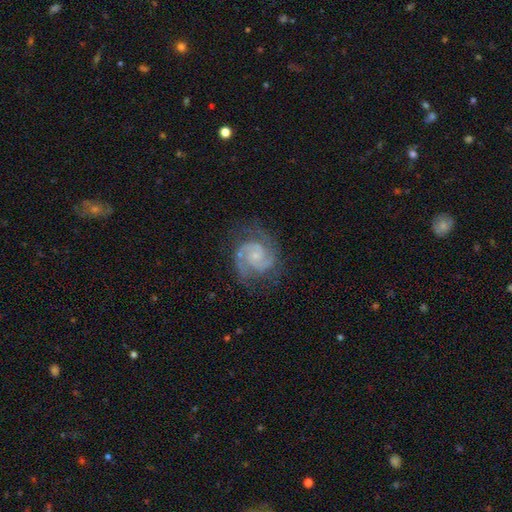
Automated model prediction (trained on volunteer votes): A featured or disk galaxy (89%) with no bar (64%), 2 (81%) medium (46%) spiral arms (98%) and a small central bulge (71%).

Vote fractions:
- Smooth or featured? featured or disk: 89% / smooth: 6% / star or artifact: 5%
- Edge-on disk? no: 98% / yes: 2%
- Bar? no: 64% / weak: 30% / strong: 5%
- Spiral arms? yes: 98% / no: 2%
- Spiral winding? medium: 46% / tight: 45% / loose: 8%
- Spiral arm count? 2: 81% / 3: 8% / can't tell: 5% / 1: 2% / 4: 2% / more than 4: 2%
- Bulge size? small: 71% / moderate: 16% / none: 10% / large: 1% / dominant: 1%
- Merging? none: 73% / minor disturbance: 17% / major disturbance: 9% / merger: 1%